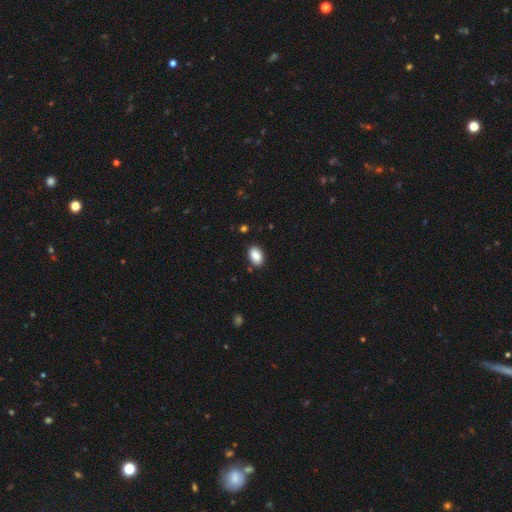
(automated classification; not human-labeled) Overall: smooth (89%). How rounded: in between (90%). Merging: none (86%).